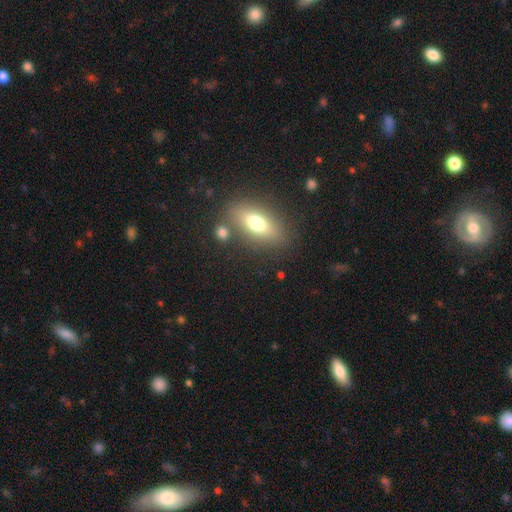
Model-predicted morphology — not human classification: Smooth or featured? Predicted: smooth (p=0.60). How rounded? Predicted: in between (p=0.75). Merging? Predicted: none (p=0.81).